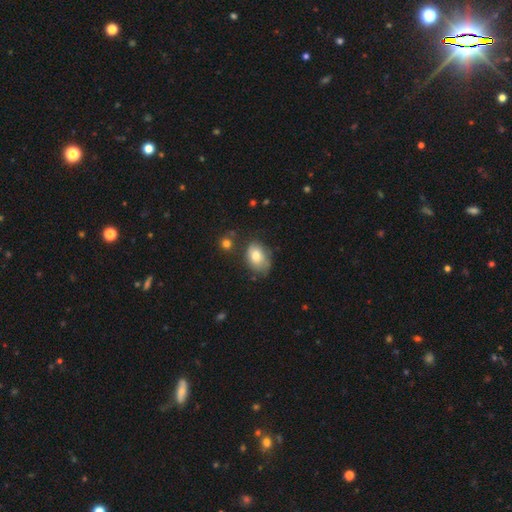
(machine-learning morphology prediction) This appears to be a smooth galaxy with no disk features (74%) that is in between round and cigar-shaped (77%). Merging: none (59%).